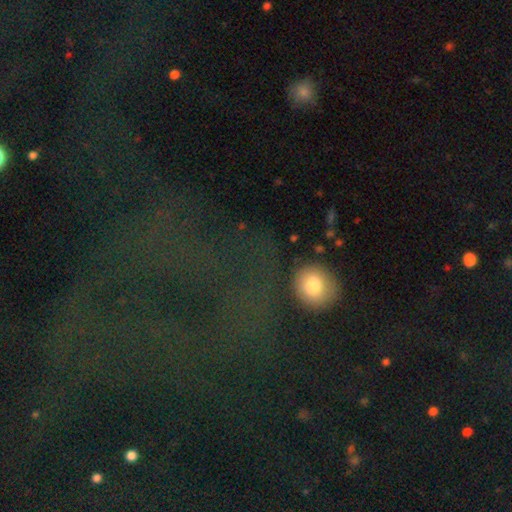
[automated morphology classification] Smooth or featured? Predicted: smooth (p=0.54). How rounded? Predicted: round (p=0.79). Merging? Predicted: none (p=0.73).